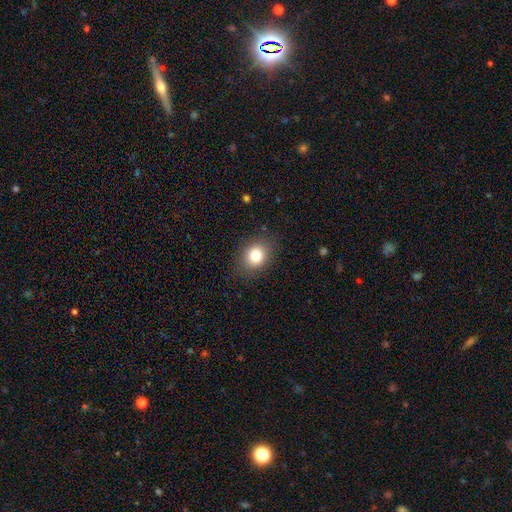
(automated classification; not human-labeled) smooth-or-featured: smooth: 81% | star or artifact: 11% | featured or disk: 8%
  how-rounded: round: 57% | in between: 42% | cigar-shaped: 1%
  merging: none: 85% | minor disturbance: 11% | major disturbance: 4% | merger: 1%